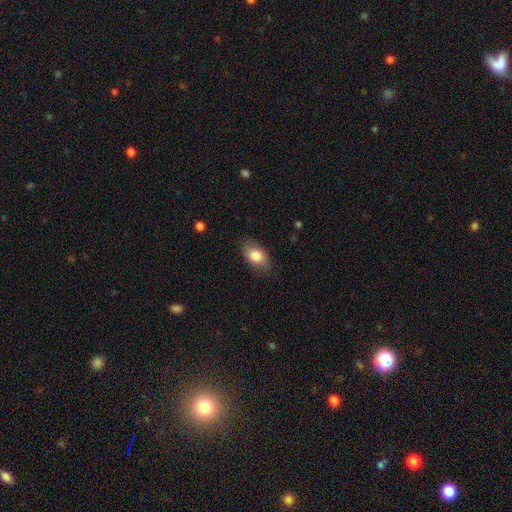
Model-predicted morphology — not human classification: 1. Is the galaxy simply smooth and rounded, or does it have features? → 82% smooth, 11% featured or disk, 7% star or artifact.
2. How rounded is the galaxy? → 88% in between, 10% round, 2% cigar-shaped.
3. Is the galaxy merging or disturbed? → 82% none, 14% minor disturbance, 3% major disturbance, 1% merger.